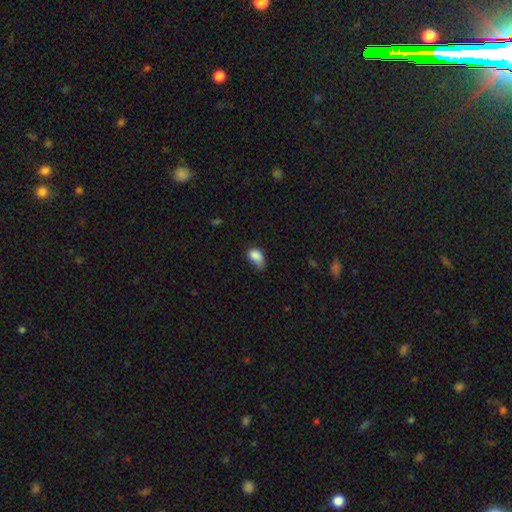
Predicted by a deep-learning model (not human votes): Q: Smooth or featured?
A: smooth (86%); runner-up: star or artifact (8%)
Q: How rounded?
A: in between (87%); runner-up: round (12%)
Q: Merging?
A: minor disturbance (46%); runner-up: none (38%)